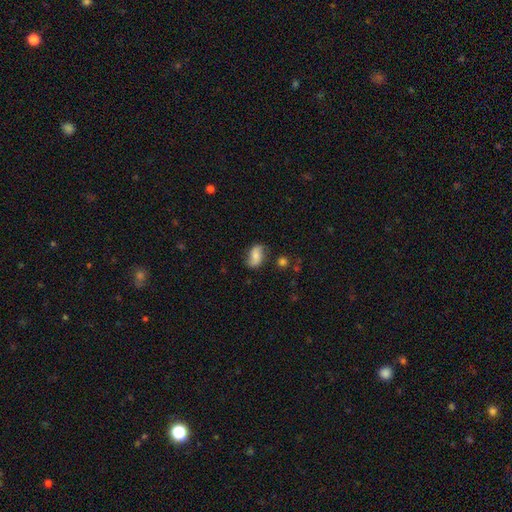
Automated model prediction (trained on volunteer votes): Smooth or featured? smooth (59%)
How rounded? in between (88%)
Merging? none (68%)